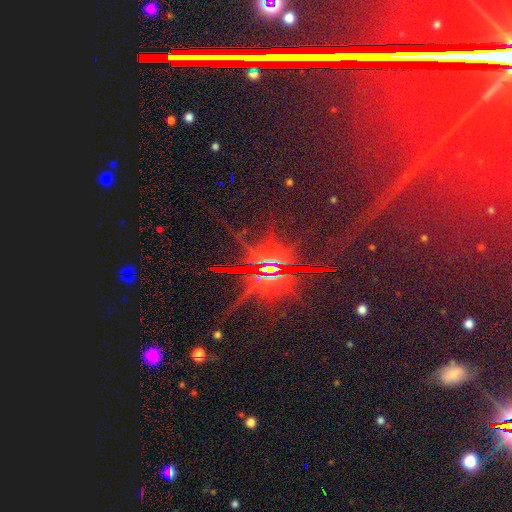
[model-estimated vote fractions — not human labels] A star or artifact, not a galaxy (82%).